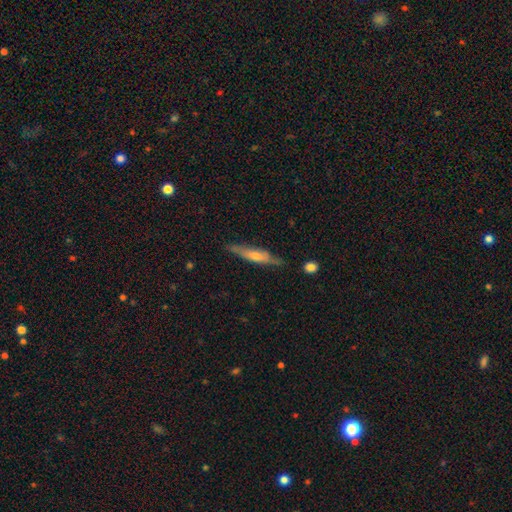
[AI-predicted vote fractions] Smooth or featured? Predicted: featured or disk (p=0.56). Edge-on disk? Predicted: yes (p=0.89). Merging? Predicted: none (p=0.79).